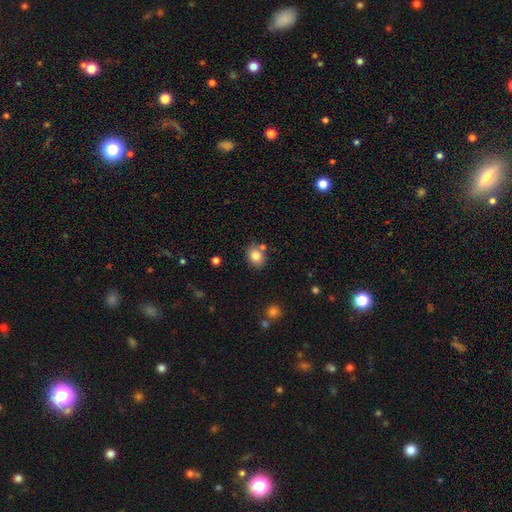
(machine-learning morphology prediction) A smooth galaxy with no disk features (82%) that is in between round and cigar-shaped (54%).

Vote fractions:
- Smooth or featured? smooth: 82% / star or artifact: 10% / featured or disk: 9%
- How rounded? in between: 54% / round: 45% / cigar-shaped: 1%
- Merging? none: 73% / minor disturbance: 13% / merger: 11% / major disturbance: 3%